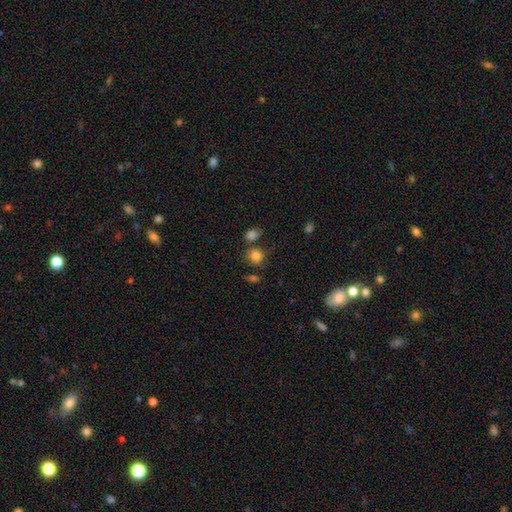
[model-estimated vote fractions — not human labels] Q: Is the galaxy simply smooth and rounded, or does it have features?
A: smooth — 82%.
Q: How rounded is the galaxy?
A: round — 83%.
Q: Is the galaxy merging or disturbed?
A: none — 70%.